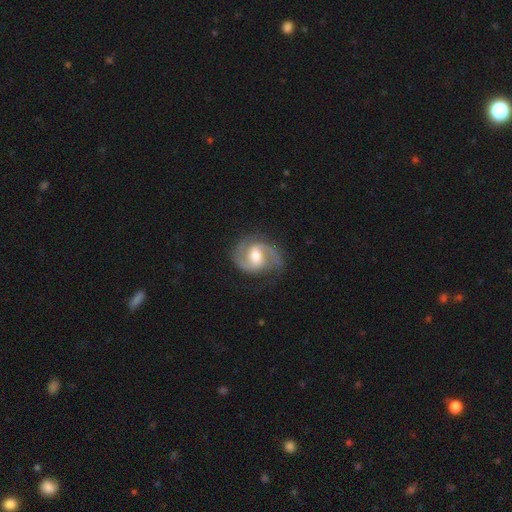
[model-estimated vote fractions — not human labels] smooth-or-featured: featured or disk: 90% | smooth: 5% | star or artifact: 4%
  disk-edge-on: no: 98% | yes: 2%
    bar: weak: 47% | no: 35% | strong: 18%
    has-spiral-arms: yes: 98% | no: 2%
      spiral-winding: medium: 60% | tight: 25% | loose: 15%
      spiral-arm-count: 2: 92% | can't tell: 2% | 3: 2% | 1: 2% | 4: 1% | more than 4: 1%
    bulge-size: moderate: 70% | small: 20% | large: 8% | none: 1% | dominant: 1%
  merging: none: 79% | minor disturbance: 15% | major disturbance: 5% | merger: 1%